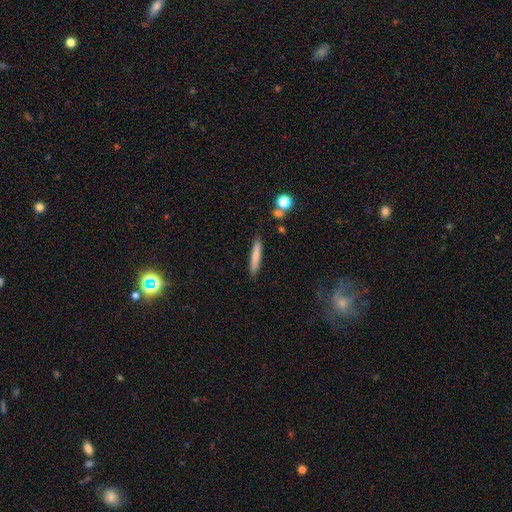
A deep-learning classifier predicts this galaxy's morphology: The model was most divided on "smooth or featured": smooth: 76%, featured or disk: 17%, star or artifact: 7%. More confident: how rounded — cigar-shaped (94%); merging — none (88%).